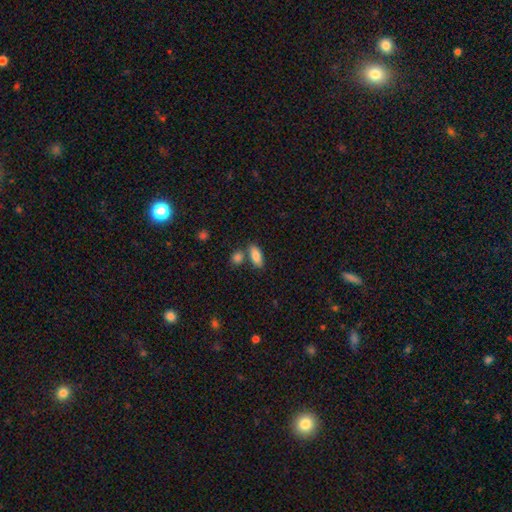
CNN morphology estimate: smooth-or-featured: smooth: 85% | featured or disk: 8% | star or artifact: 7%
  how-rounded: in between: 81% | cigar-shaped: 16% | round: 4%
  merging: none: 64% | merger: 21% | minor disturbance: 12% | major disturbance: 4%